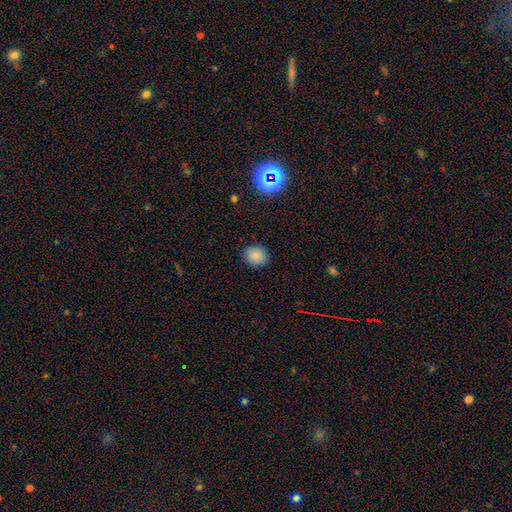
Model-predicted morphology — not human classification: The model was most divided on "how rounded": round: 74%, in between: 25%, cigar-shaped: 1%. More confident: merging — none (88%); smooth or featured — smooth (84%).